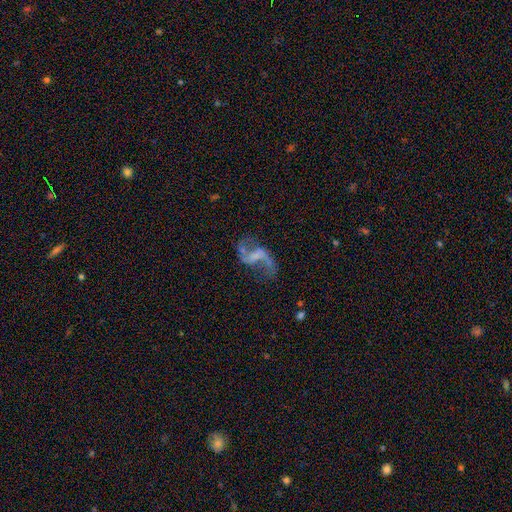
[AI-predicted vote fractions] The model was most divided on "bar": weak: 46%, strong: 29%, no: 25%. More confident: edge-on disk — no (97%); spiral arms — yes (92%); spiral arm count — 2 (90%); smooth or featured — featured or disk (84%); spiral winding — loose (80%); merging — none (62%); bulge size — none (51%).